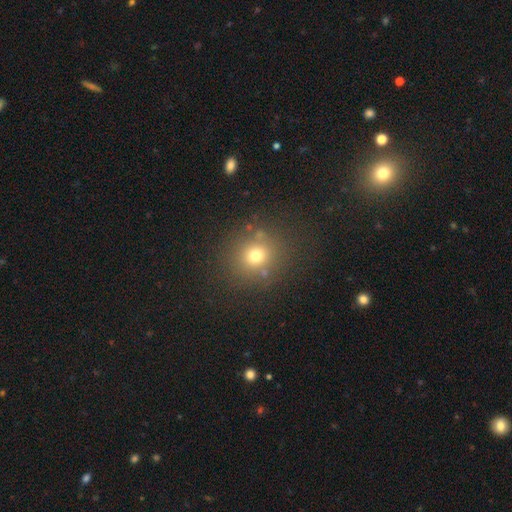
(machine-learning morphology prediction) smooth-or-featured: smooth: 70% | star or artifact: 20% | featured or disk: 10%
  how-rounded: round: 85% | in between: 14% | cigar-shaped: 1%
  merging: none: 83% | minor disturbance: 9% | major disturbance: 4% | merger: 4%